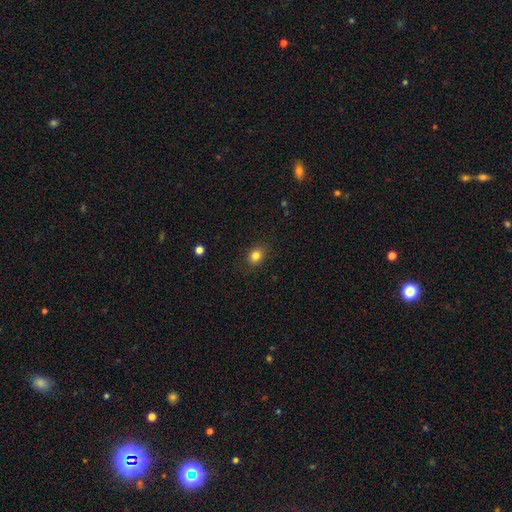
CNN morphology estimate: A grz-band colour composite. It shows a smooth galaxy with no disk features (82%) that is round (57%). Merging: none (87%).